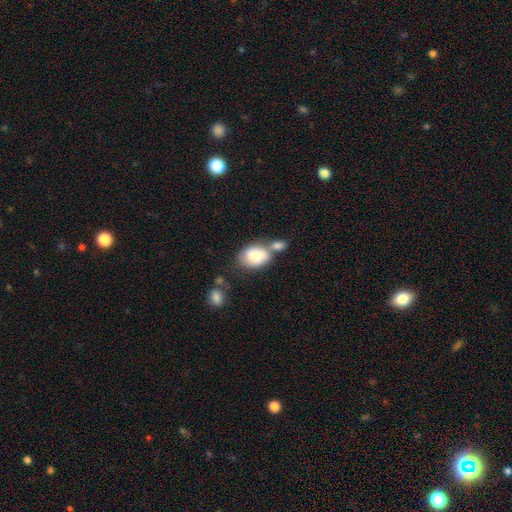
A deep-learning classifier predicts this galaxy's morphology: smooth 82%, featured or disk 11%, star or artifact 6%. Down the decision tree: how rounded — in between (82%); merging — merger (45%).